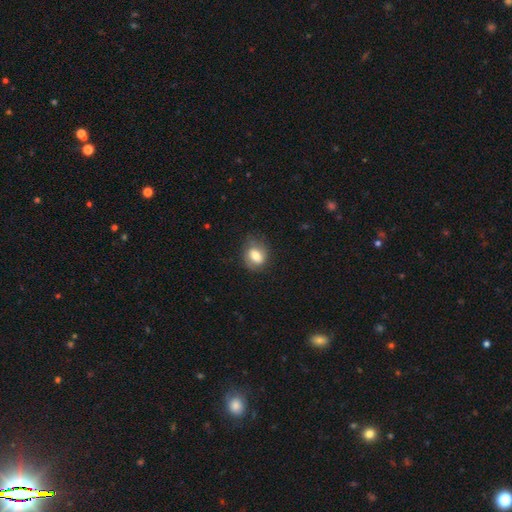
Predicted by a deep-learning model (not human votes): Q: Smooth or featured?
A: smooth (72%); runner-up: featured or disk (20%)
Q: How rounded?
A: in between (62%); runner-up: round (37%)
Q: Merging?
A: none (64%); runner-up: minor disturbance (25%)